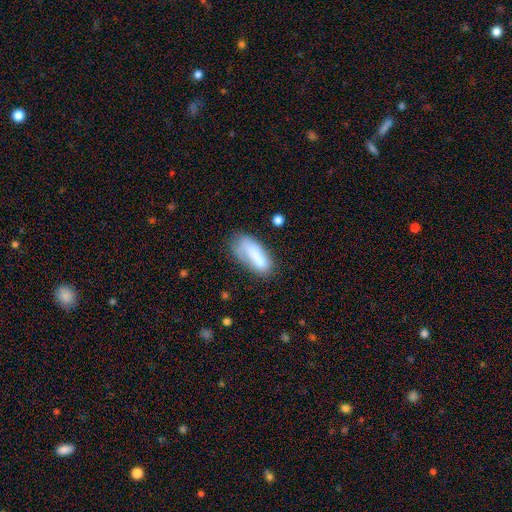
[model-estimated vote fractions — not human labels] Smooth or featured: smooth — 73% (featured or disk — 19%)
How rounded: in between — 76% (cigar-shaped — 22%)
Merging: none — 40% (minor disturbance — 29%)